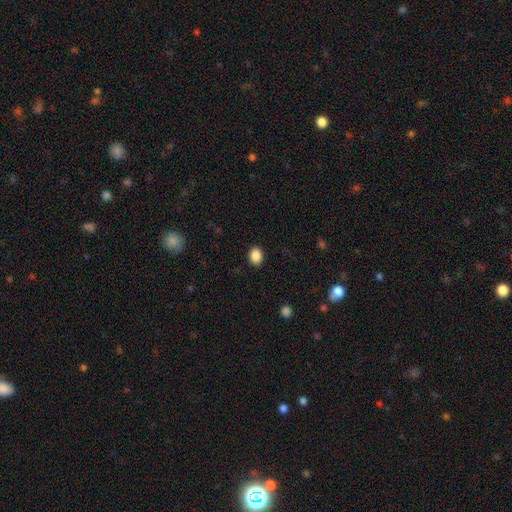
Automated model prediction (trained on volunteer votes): Q: Smooth or featured?
A: smooth (88%); runner-up: star or artifact (9%)
Q: How rounded?
A: in between (62%); runner-up: round (38%)
Q: Merging?
A: none (89%); runner-up: minor disturbance (7%)